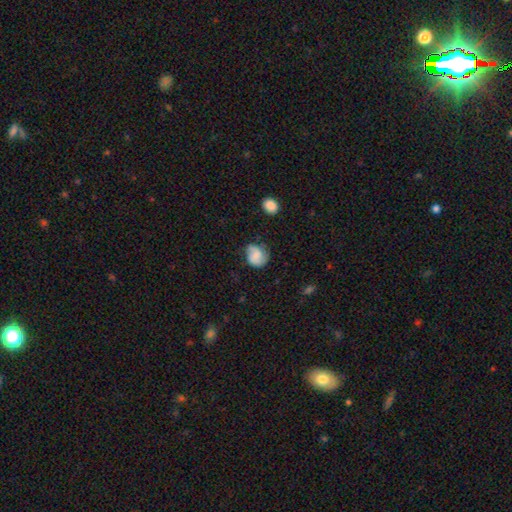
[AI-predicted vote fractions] Smooth or featured?
  - smooth: 61% *
  - featured or disk: 30%
  - star or artifact: 9%
How rounded?
  - round: 67% *
  - in between: 32%
  - cigar-shaped: 1%
Merging?
  - none: 55% *
  - minor disturbance: 30%
  - major disturbance: 13%
  - merger: 3%